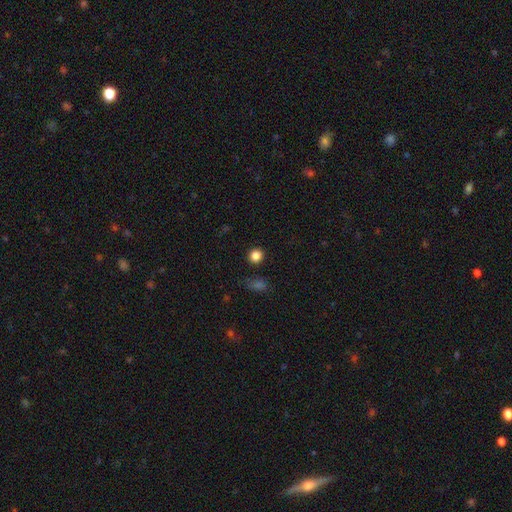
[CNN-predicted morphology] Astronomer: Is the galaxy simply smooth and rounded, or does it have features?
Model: smooth — 84%.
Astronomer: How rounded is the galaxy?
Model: round — 90%.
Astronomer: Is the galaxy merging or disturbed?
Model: none — 89%.